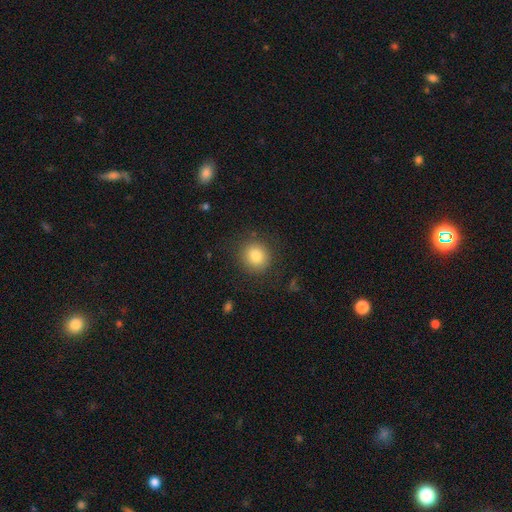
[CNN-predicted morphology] Q: Smooth or featured?
A: smooth (82%); runner-up: star or artifact (10%)
Q: How rounded?
A: round (86%); runner-up: in between (13%)
Q: Merging?
A: none (87%); runner-up: minor disturbance (9%)